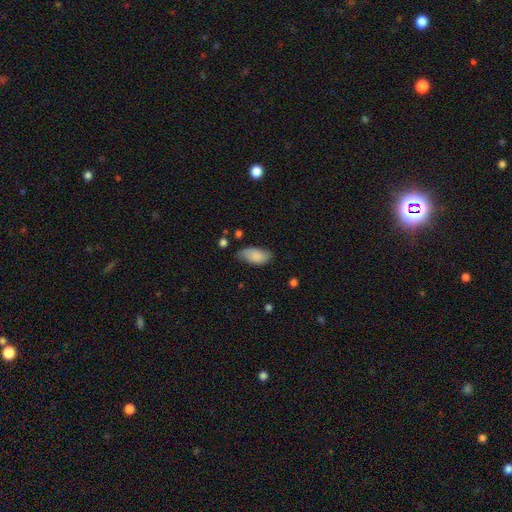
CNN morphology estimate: This appears to be a smooth galaxy with no disk features (82%) that is in between round and cigar-shaped (93%). Merging: none (62%).